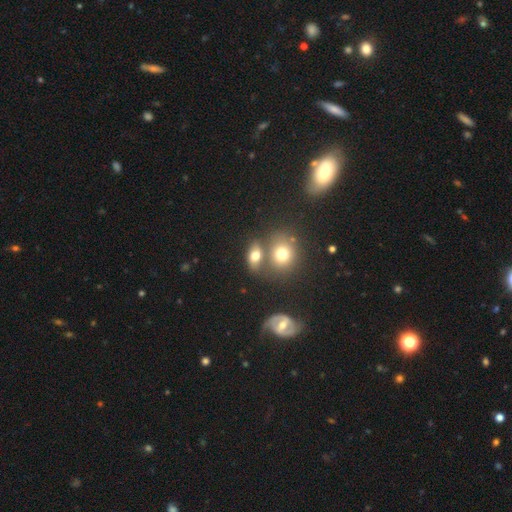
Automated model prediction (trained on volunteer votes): Smooth or featured? Predicted: smooth (p=0.70). How rounded? Predicted: in between (p=0.69). Merging? Predicted: none (p=0.49).